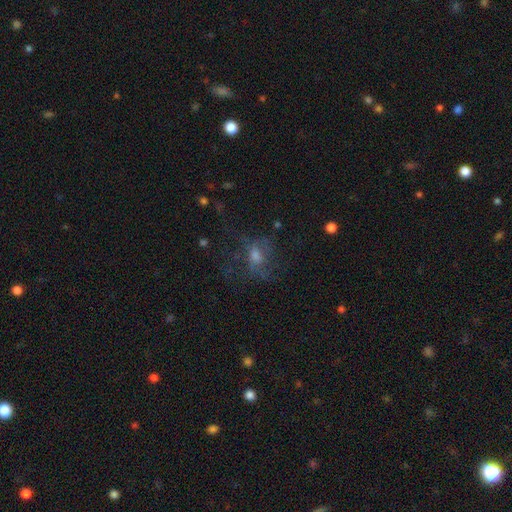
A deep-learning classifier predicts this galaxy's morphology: type=featured or disk (42%); merging=none (48%).